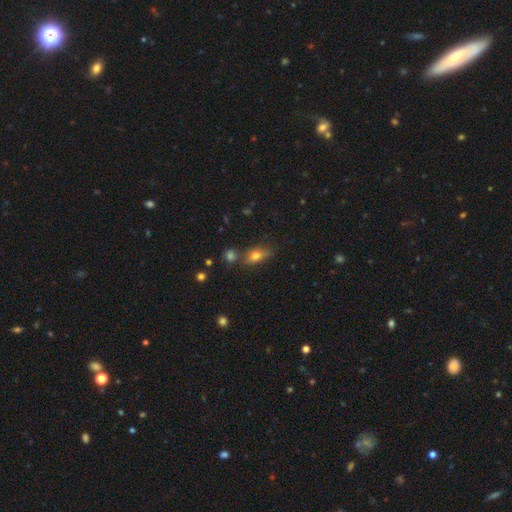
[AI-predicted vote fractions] Smooth or featured: smooth — 71% (featured or disk — 17%)
How rounded: in between — 76% (cigar-shaped — 14%)
Merging: none — 64% (minor disturbance — 18%)